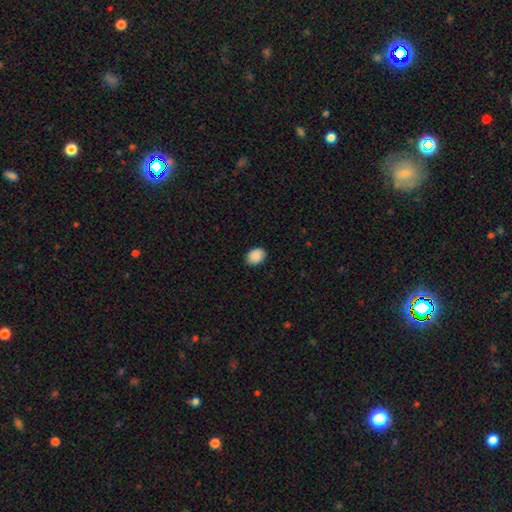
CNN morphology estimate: Smooth or featured? Predicted: smooth (p=0.90). How rounded? Predicted: in between (p=0.66). Merging? Predicted: none (p=0.88).